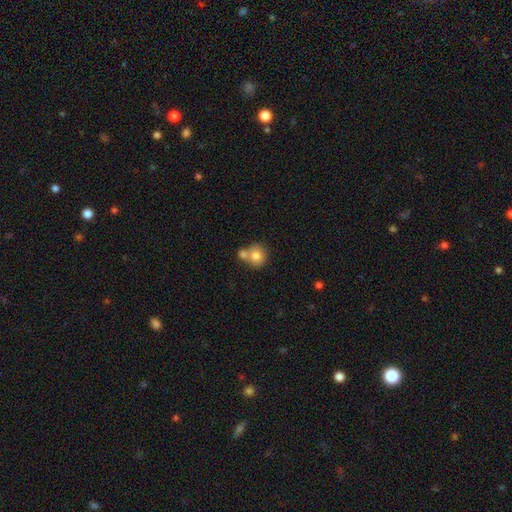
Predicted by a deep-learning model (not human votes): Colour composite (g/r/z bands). It shows a smooth galaxy with no disk features (78%) that is round (86%). Merging: merger (45%).